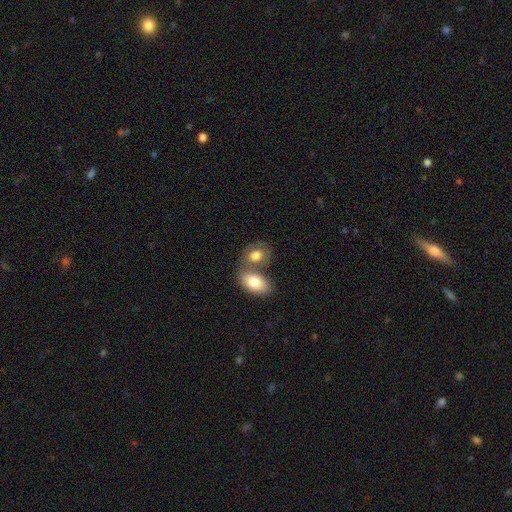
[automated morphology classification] Overall: smooth (78%). How rounded: in between (78%). Merging: merger (52%; none 34%).